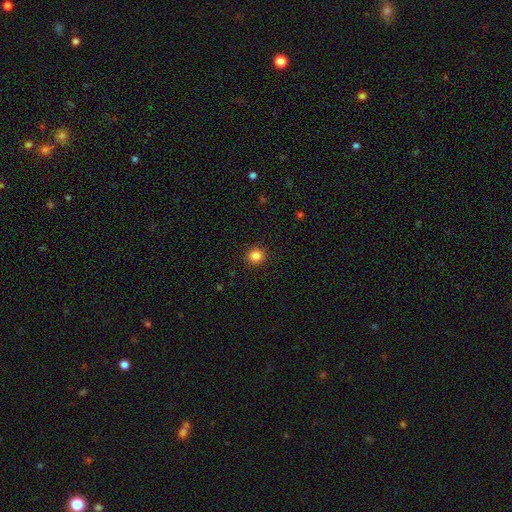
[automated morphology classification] This is clearly a smooth galaxy (85%). How rounded: clearly round (90%). Merging: clearly none (91%).